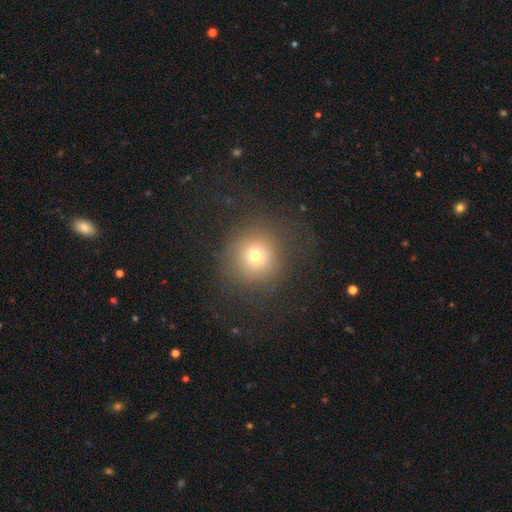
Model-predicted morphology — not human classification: A smooth galaxy with no disk features (69%) that is round (92%). Merging: none (74%).